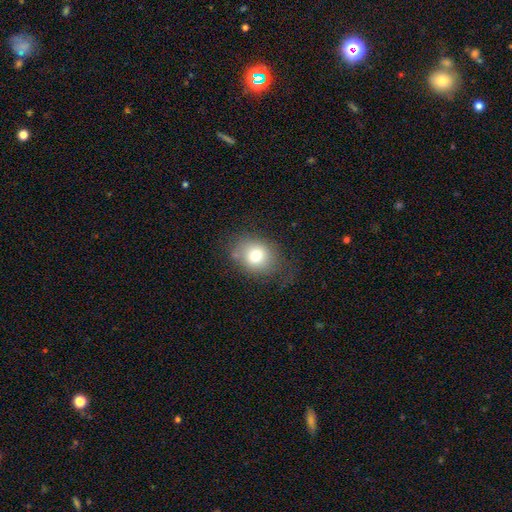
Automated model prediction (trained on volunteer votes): This appears to be a smooth galaxy with no disk features (76%) that is round (56%). Merging: none (65%).